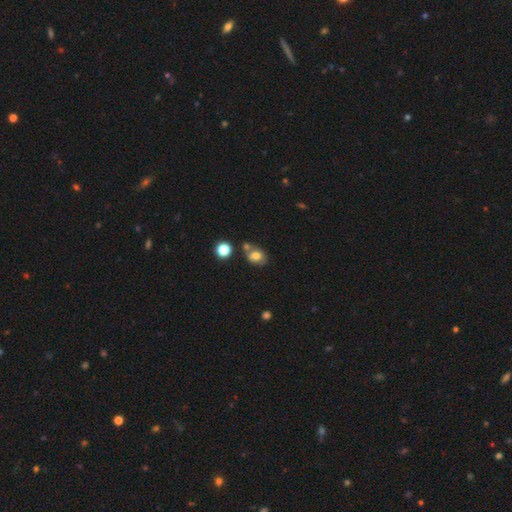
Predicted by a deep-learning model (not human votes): Overall: smooth (67%). How rounded: in between (63%; round 36%). Merging: none (50%; merger 26%).